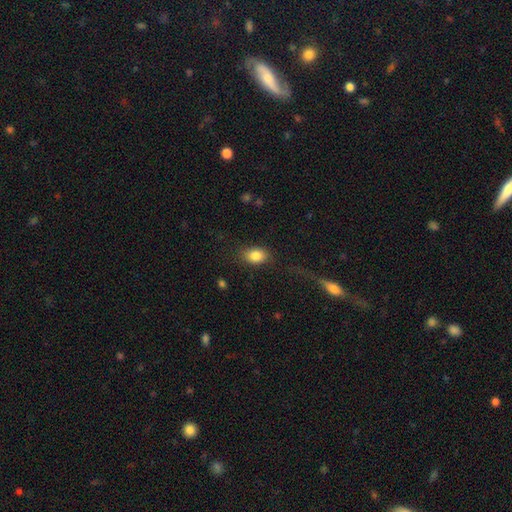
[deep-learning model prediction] Smooth or featured? smooth (84%)
How rounded? in between (81%)
Merging? none (78%)